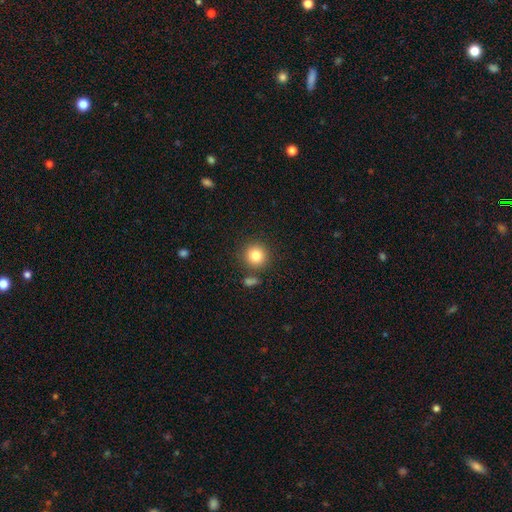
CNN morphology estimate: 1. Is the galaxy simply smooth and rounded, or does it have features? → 82% smooth, 11% star or artifact, 7% featured or disk.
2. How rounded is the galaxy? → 93% round, 6% in between, 1% cigar-shaped.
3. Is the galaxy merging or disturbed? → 82% none, 8% minor disturbance, 7% merger, 3% major disturbance.